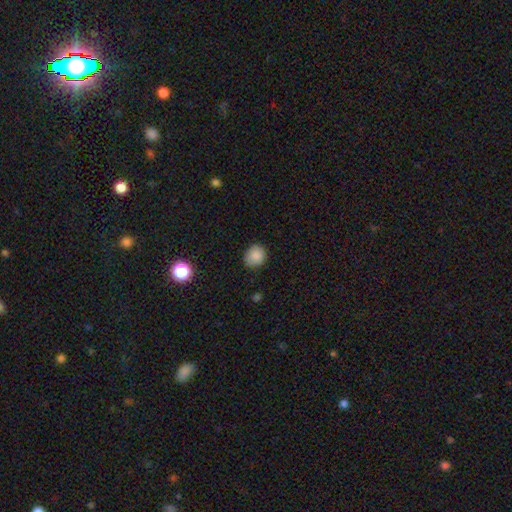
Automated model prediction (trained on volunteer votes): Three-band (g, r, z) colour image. It shows a smooth galaxy with no disk features (87%) that is round (73%). Merging: none (84%).